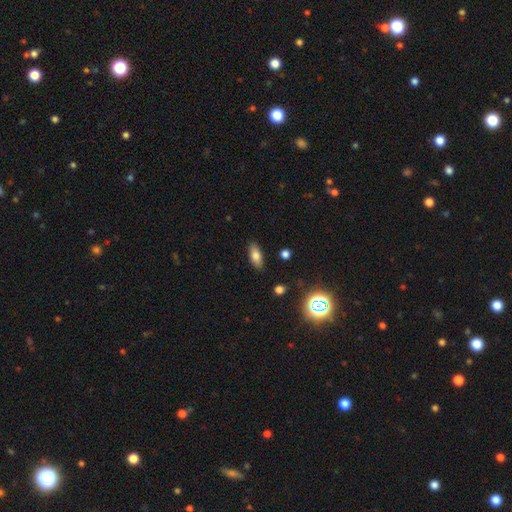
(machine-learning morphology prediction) A smooth galaxy with no disk features (76%) that is in between round and cigar-shaped (82%).

Vote fractions:
- Smooth or featured? smooth: 76% / featured or disk: 14% / star or artifact: 10%
- How rounded? in between: 82% / cigar-shaped: 14% / round: 4%
- Merging? none: 87% / minor disturbance: 9% / major disturbance: 2% / merger: 1%